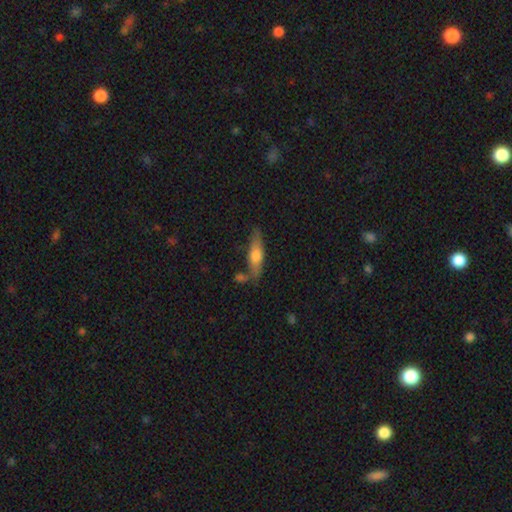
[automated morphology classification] A smooth galaxy with no disk features (52%) that is cigar-shaped (65%). Merging: none (69%).